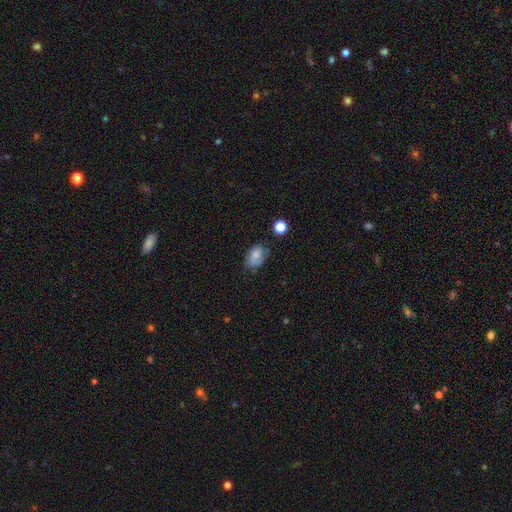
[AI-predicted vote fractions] The model was most divided on "merging": none: 55%, minor disturbance: 31%, major disturbance: 11%, merger: 3%. More confident: how rounded — in between (81%); smooth or featured — smooth (63%).